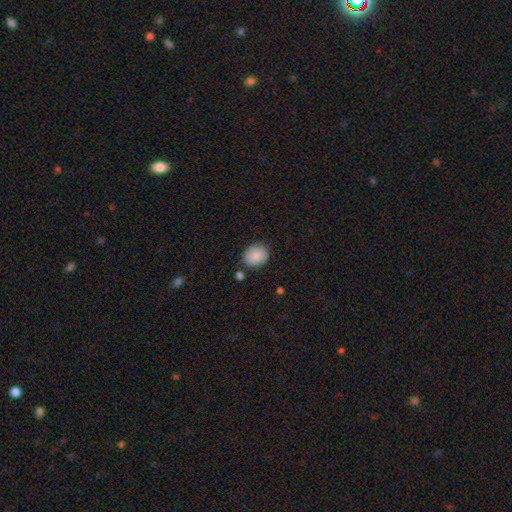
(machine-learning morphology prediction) Smooth or featured? Predicted: smooth (p=0.87). How rounded? Predicted: round (p=0.62). Merging? Predicted: none (p=0.81).